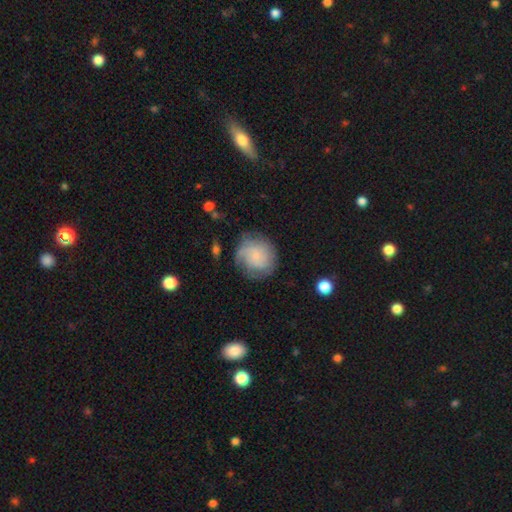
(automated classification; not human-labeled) smooth_or_featured: featured or disk (p=0.49) [alt: smooth p=0.43]
merging: none (p=0.64) [alt: minor disturbance p=0.22]